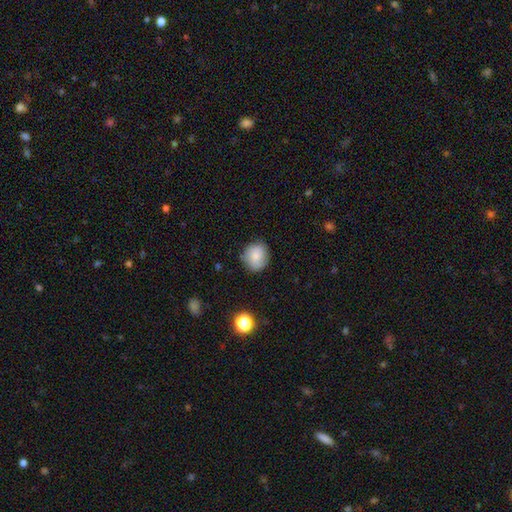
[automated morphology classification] Smooth or featured? smooth (83%)
How rounded? round (78%)
Merging? none (81%)